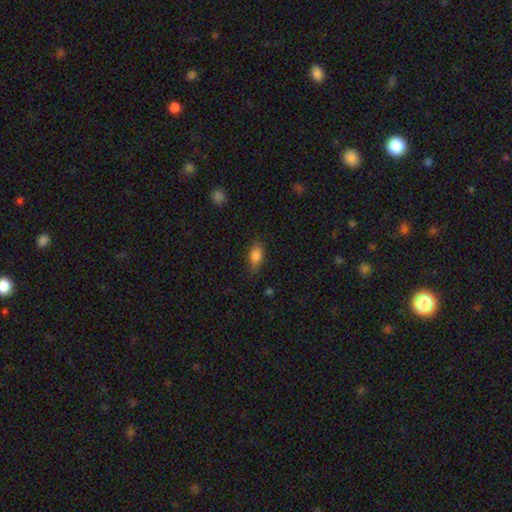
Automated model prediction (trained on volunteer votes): Smooth or featured: smooth — 82% (star or artifact — 9%)
How rounded: in between — 85% (cigar-shaped — 9%)
Merging: none — 77% (minor disturbance — 18%)